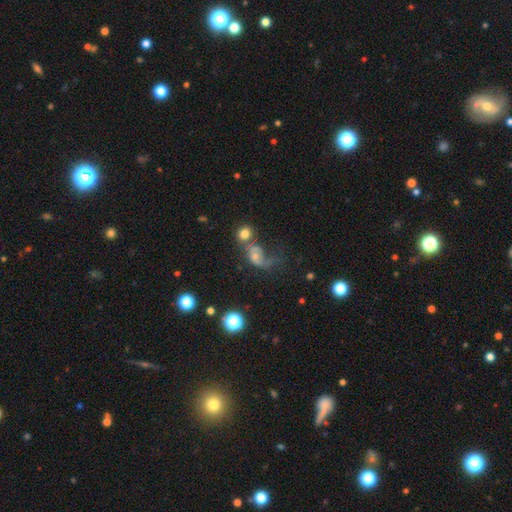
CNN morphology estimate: A smooth galaxy with no disk features (47%). Merging: major disturbance (37%).